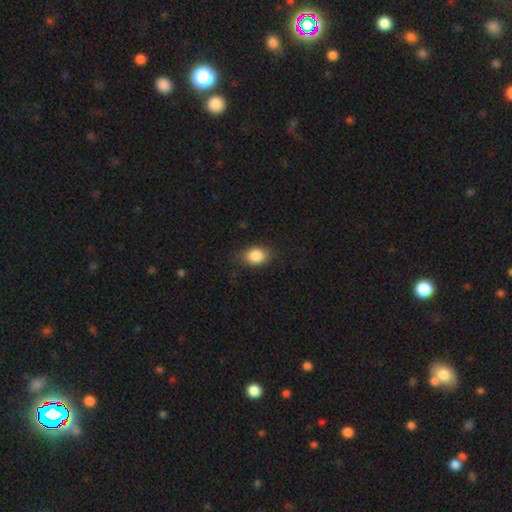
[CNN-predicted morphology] The model was most divided on "how rounded": in between: 62%, round: 36%, cigar-shaped: 1%. More confident: smooth or featured — smooth (86%); merging — none (79%).